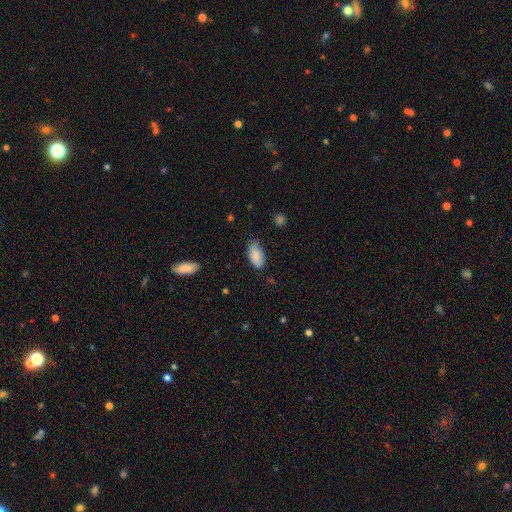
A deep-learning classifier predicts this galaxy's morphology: The model was most divided on "merging": none: 63%, minor disturbance: 30%, major disturbance: 5%, merger: 2%. More confident: how rounded — in between (94%); smooth or featured — smooth (83%).